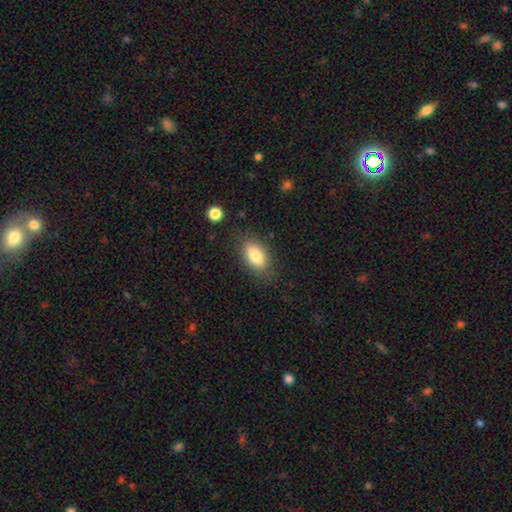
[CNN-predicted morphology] smooth_or_featured: smooth (p=0.81) [alt: featured or disk p=0.12]
how_rounded: in between (p=0.89) [alt: cigar-shaped p=0.06]
merging: none (p=0.79) [alt: minor disturbance p=0.14]